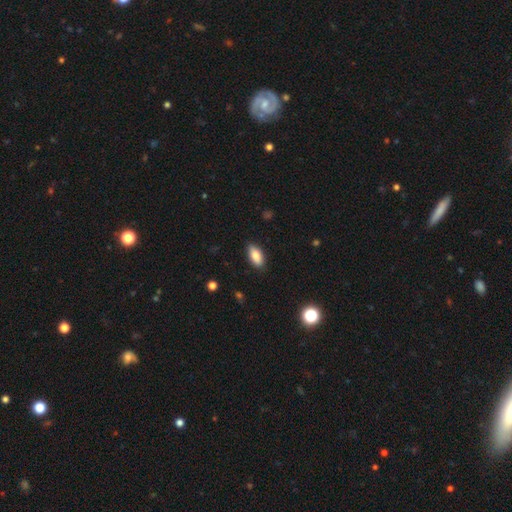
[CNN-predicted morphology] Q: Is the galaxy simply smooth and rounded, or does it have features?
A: smooth — 83%.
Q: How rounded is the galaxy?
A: in between — 86%.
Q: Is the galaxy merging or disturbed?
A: none — 87%.